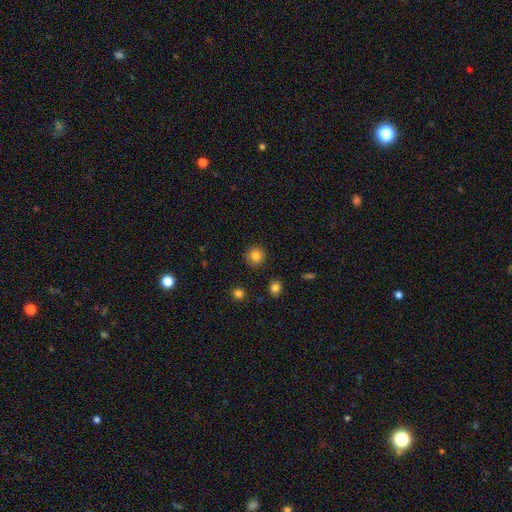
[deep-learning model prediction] Morphology: type=smooth (83%); roundness=round (93%); merging=none (90%).